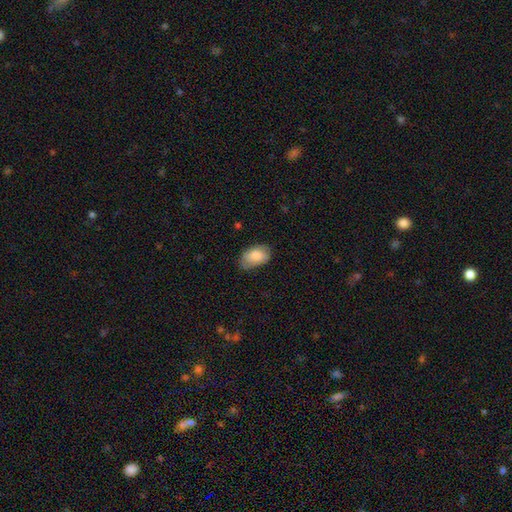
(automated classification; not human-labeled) smooth-or-featured: smooth: 78% | featured or disk: 15% | star or artifact: 7%
  how-rounded: in between: 90% | round: 8% | cigar-shaped: 1%
  merging: none: 65% | minor disturbance: 28% | major disturbance: 6% | merger: 1%